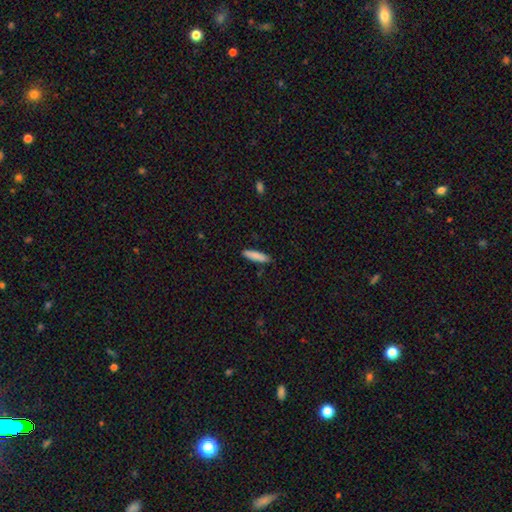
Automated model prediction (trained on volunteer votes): smooth-or-featured: smooth: 86% | featured or disk: 8% | star or artifact: 6%
  how-rounded: cigar-shaped: 76% | in between: 22% | round: 1%
  merging: none: 87% | minor disturbance: 9% | major disturbance: 2% | merger: 2%